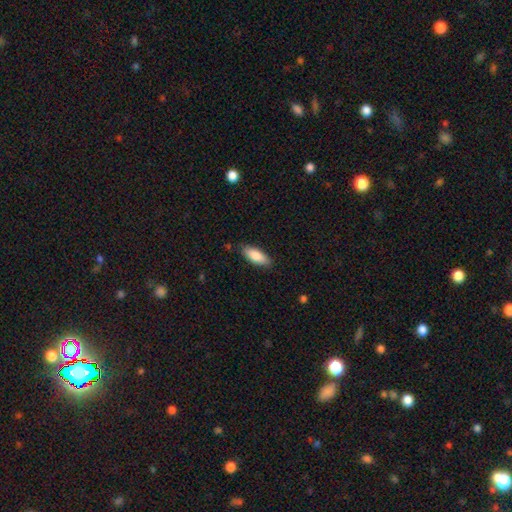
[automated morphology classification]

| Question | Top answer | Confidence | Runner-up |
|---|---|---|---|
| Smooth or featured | smooth | 85% | featured or disk (10%) |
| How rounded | in between | 75% | cigar-shaped (23%) |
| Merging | none | 84% | minor disturbance (12%) |